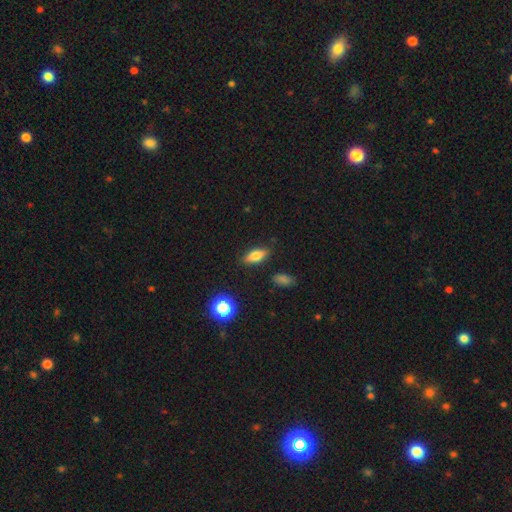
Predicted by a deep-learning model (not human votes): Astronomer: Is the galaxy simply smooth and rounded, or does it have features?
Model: smooth — 70%.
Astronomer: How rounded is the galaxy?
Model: in between — 70%.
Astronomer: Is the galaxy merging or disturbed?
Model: none — 85%.